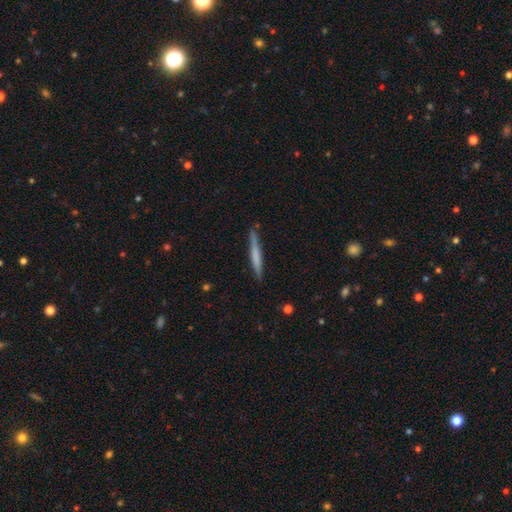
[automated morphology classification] A smooth galaxy with no disk features (58%) that is cigar-shaped (96%).

Vote fractions:
- Smooth or featured? smooth: 58% / featured or disk: 36% / star or artifact: 5%
- How rounded? cigar-shaped: 96% / in between: 3% / round: 1%
- Merging? none: 85% / minor disturbance: 11% / major disturbance: 2% / merger: 2%